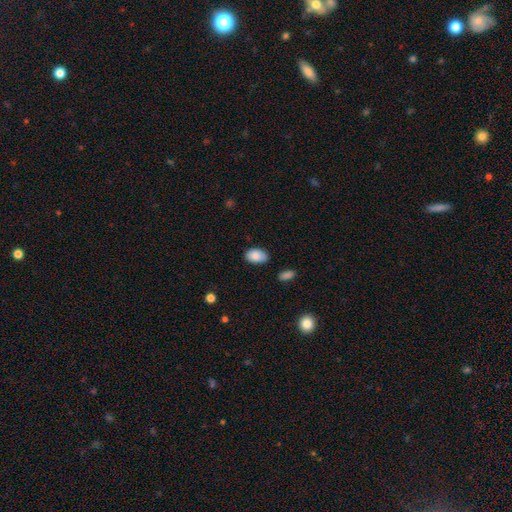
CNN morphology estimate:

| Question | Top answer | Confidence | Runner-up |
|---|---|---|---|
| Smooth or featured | smooth | 87% | star or artifact (7%) |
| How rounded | in between | 90% | round (9%) |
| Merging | none | 77% | minor disturbance (18%) |